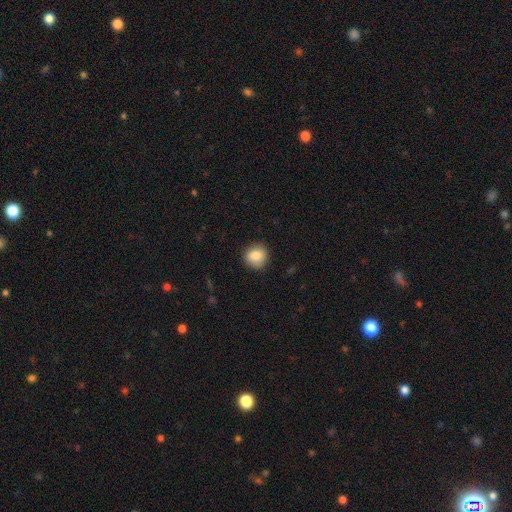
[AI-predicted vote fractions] smooth-or-featured: smooth: 85% | star or artifact: 8% | featured or disk: 7%
  how-rounded: round: 87% | in between: 12% | cigar-shaped: 1%
  merging: none: 86% | minor disturbance: 10% | major disturbance: 2% | merger: 1%